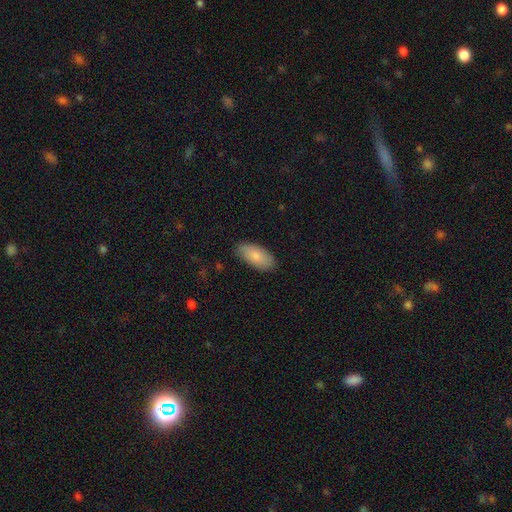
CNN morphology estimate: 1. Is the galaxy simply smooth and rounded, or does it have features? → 82% smooth, 12% featured or disk, 6% star or artifact.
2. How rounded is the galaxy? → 92% in between, 6% cigar-shaped, 2% round.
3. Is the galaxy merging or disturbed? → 85% none, 12% minor disturbance, 2% major disturbance, 1% merger.